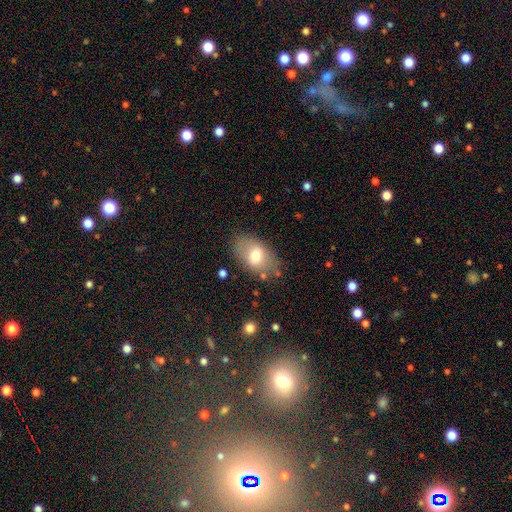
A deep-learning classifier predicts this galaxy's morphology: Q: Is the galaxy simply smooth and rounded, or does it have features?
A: smooth — 68%.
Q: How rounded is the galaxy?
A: in between — 89%.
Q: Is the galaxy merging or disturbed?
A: none — 77%.